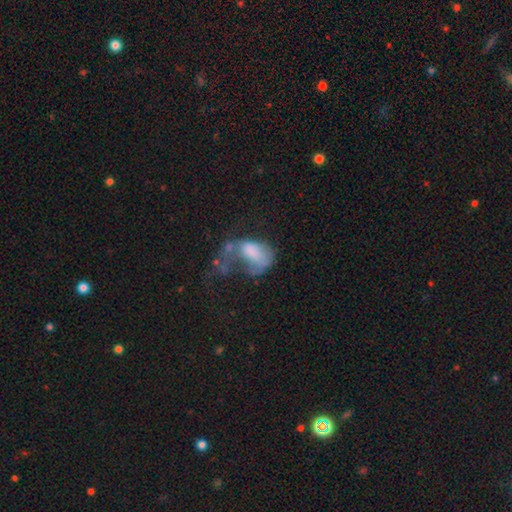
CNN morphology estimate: Overall: smooth (59%; featured or disk 30%). How rounded: in between (87%). Merging: major disturbance (60%).